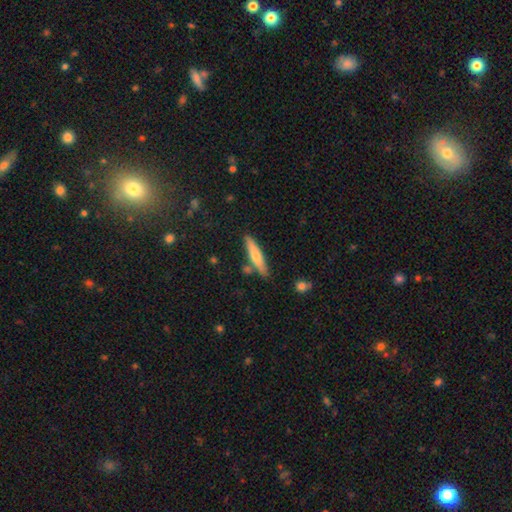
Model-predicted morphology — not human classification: type=smooth (63%); roundness=cigar-shaped (85%); merging=none (79%).